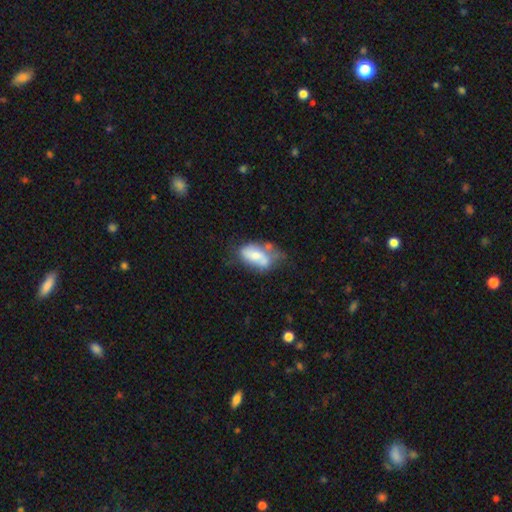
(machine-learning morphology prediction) This appears to be a smooth galaxy with no disk features (55%) that is in between round and cigar-shaped (91%). Merging: minor disturbance (30%, tied with none).